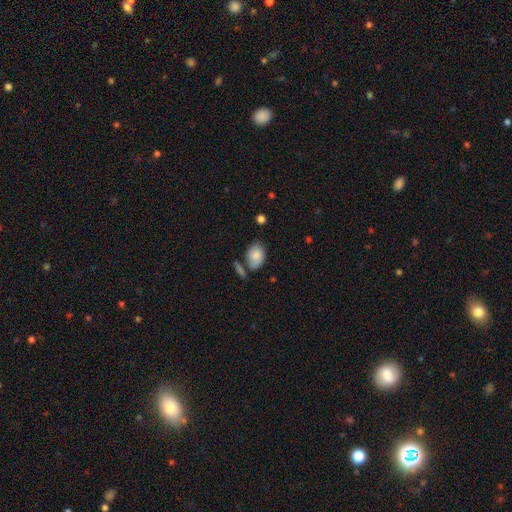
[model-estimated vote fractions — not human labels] A smooth galaxy with no disk features (83%) that is in between round and cigar-shaped (80%). Merging: none (58%).